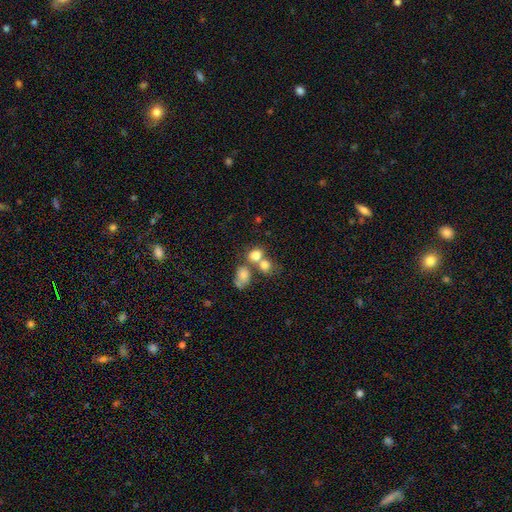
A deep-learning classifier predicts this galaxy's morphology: A smooth galaxy with no disk features (75%) that is round (54%). Merging: merger (54%).